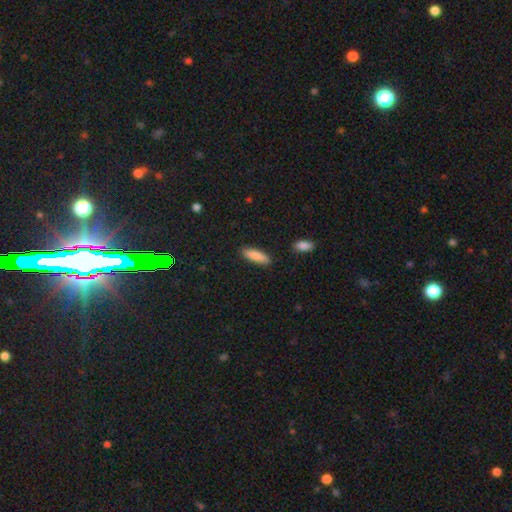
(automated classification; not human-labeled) The model was most divided on "how rounded": cigar-shaped: 52%, in between: 46%, round: 2%. More confident: merging — none (87%); smooth or featured — smooth (86%).